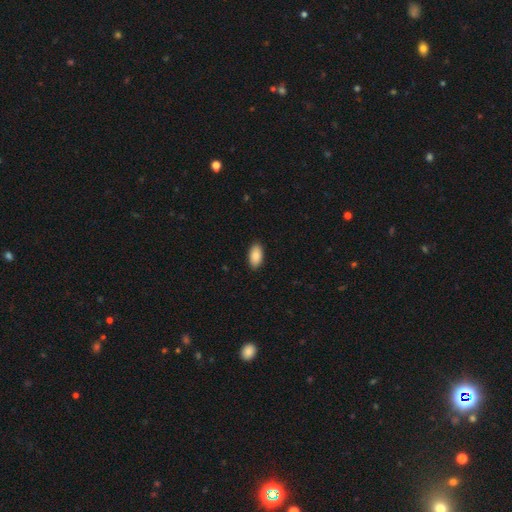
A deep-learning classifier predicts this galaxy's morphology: smooth_or_featured: smooth (p=0.89) [alt: star or artifact p=0.06]
how_rounded: in between (p=0.95) [alt: round p=0.03]
merging: none (p=0.90) [alt: minor disturbance p=0.07]